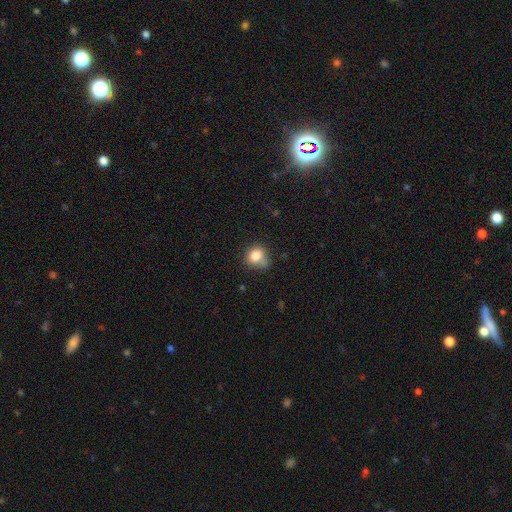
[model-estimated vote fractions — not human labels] A smooth galaxy with no disk features (81%) that is round (69%). Merging: none (53%).